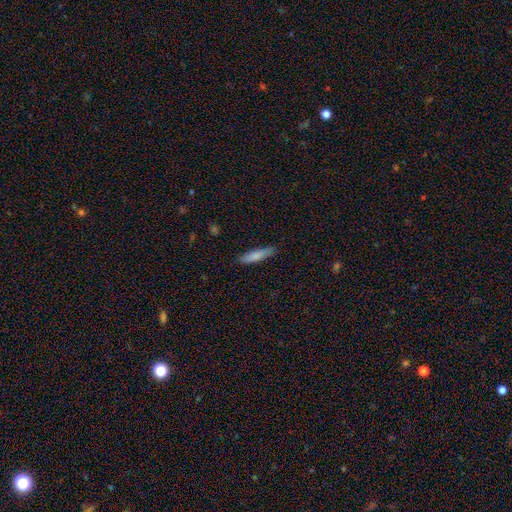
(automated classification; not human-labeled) Smooth or featured: smooth — 79% (featured or disk — 15%)
How rounded: cigar-shaped — 82% (in between — 17%)
Merging: none — 86% (minor disturbance — 10%)